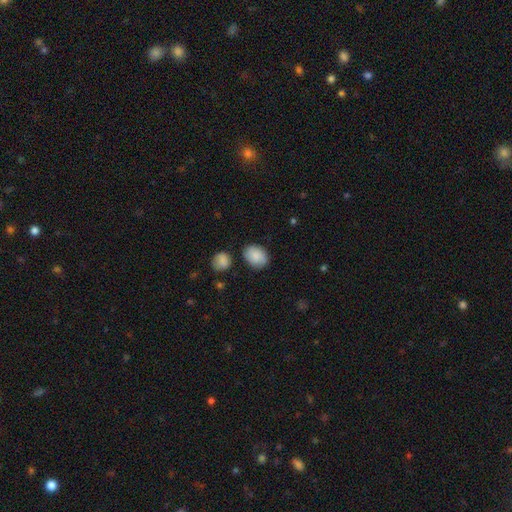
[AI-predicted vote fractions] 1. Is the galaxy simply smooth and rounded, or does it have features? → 87% smooth, 7% star or artifact, 6% featured or disk.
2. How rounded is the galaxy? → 69% in between, 30% round, 1% cigar-shaped.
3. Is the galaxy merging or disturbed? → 79% none, 14% minor disturbance, 4% merger, 3% major disturbance.